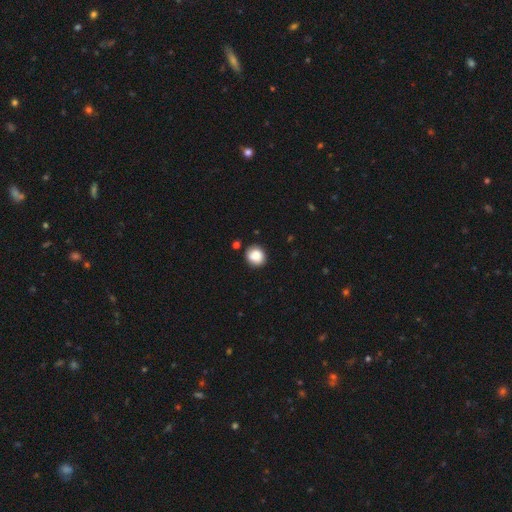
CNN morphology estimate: Smooth or featured? Predicted: smooth (p=0.84). How rounded? Predicted: round (p=0.84). Merging? Predicted: none (p=0.84).